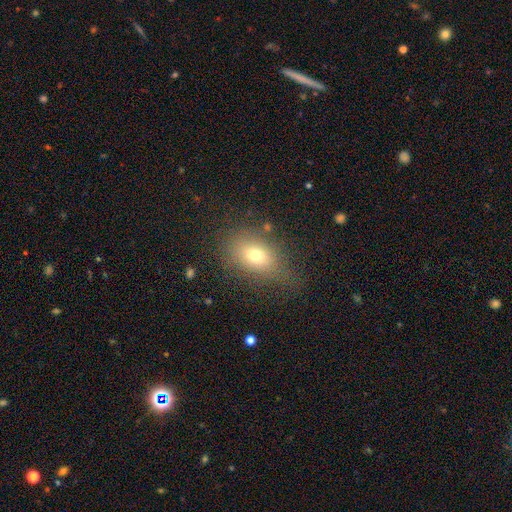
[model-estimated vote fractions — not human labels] Smooth or featured? smooth (70%)
How rounded? in between (72%)
Merging? none (63%)